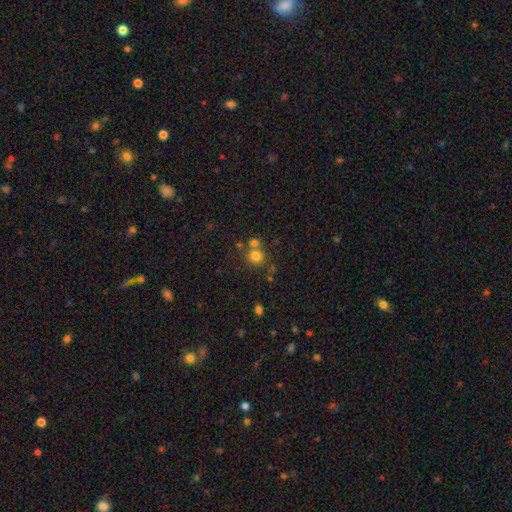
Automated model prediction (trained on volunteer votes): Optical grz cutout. It shows a smooth galaxy with no disk features (77%) that is round (88%). Merging: none (62%).